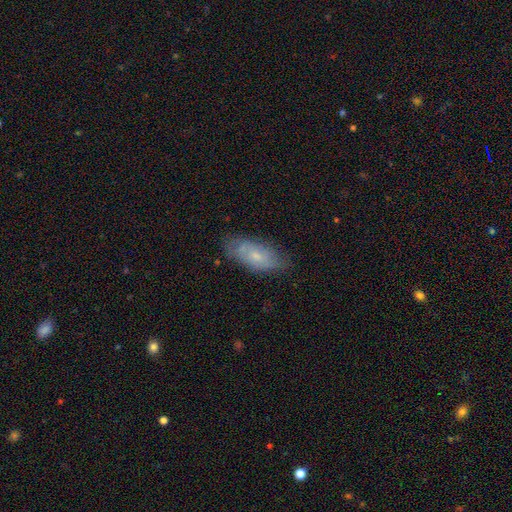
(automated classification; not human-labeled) This is possibly a smooth galaxy (50%). How rounded: clearly in between (83%). Merging: likely none (72%).